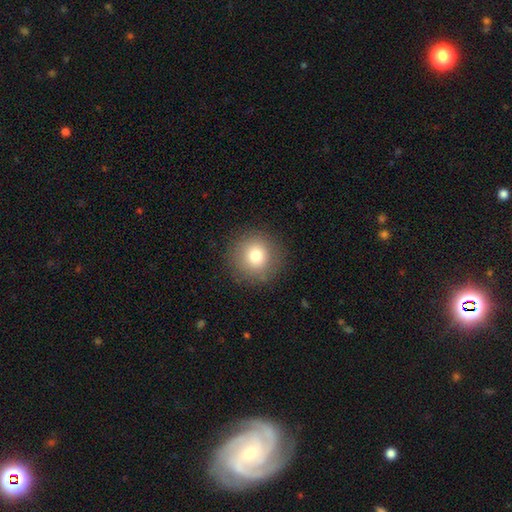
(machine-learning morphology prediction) This is likely a smooth galaxy (78%). How rounded: clearly round (95%). Merging: clearly none (89%).